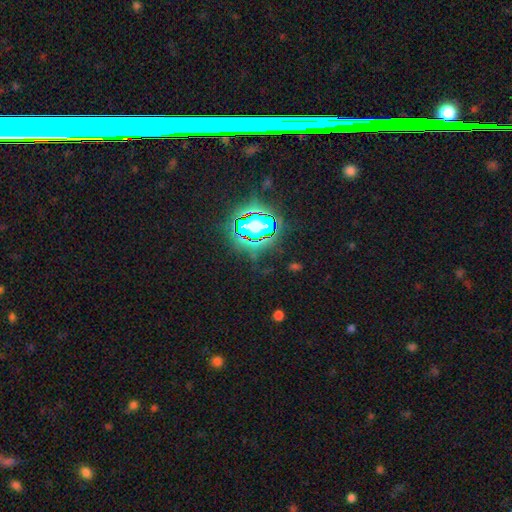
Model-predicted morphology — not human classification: Overall: star or artifact (77%).